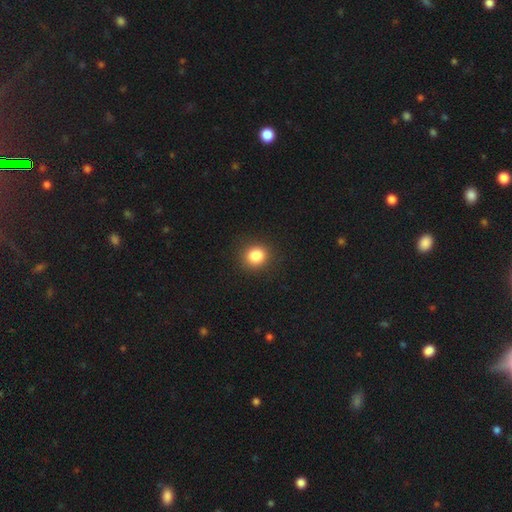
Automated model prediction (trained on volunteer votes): Smooth or featured? Predicted: smooth (p=0.85). How rounded? Predicted: round (p=0.86). Merging? Predicted: none (p=0.90).